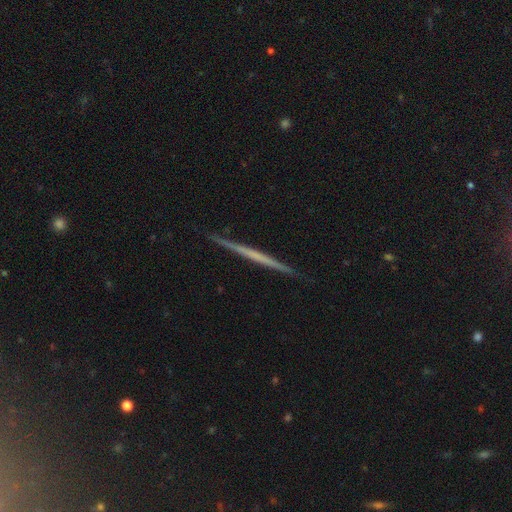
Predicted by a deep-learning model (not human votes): Overall: featured or disk (64%; smooth 31%). Edge-on disk: yes (98%). Edge-on bulge: none (89%). Merging: none (92%).